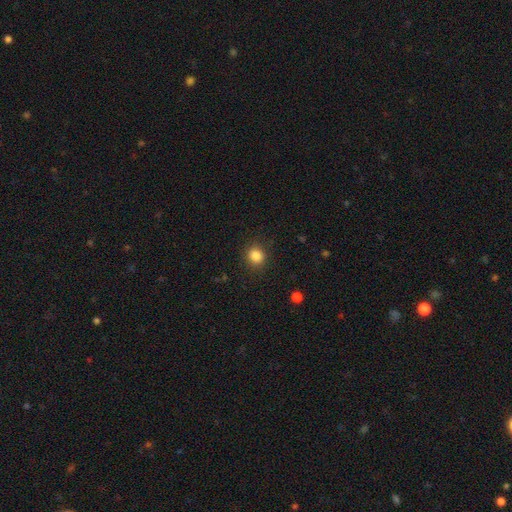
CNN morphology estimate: This is clearly a smooth galaxy (85%). How rounded: likely round (77%). Merging: clearly none (87%).